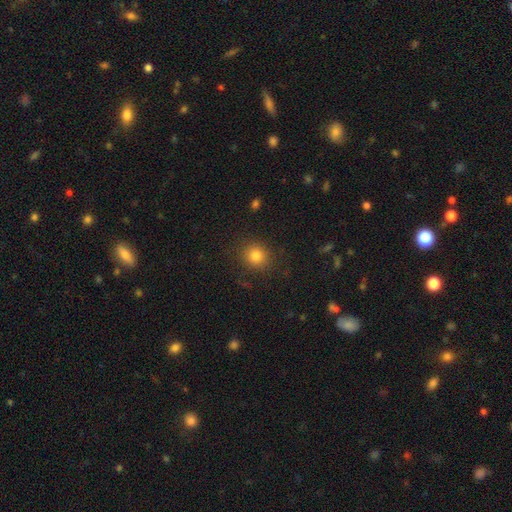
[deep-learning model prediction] smooth_or_featured: smooth (p=0.82) [alt: star or artifact p=0.12]
how_rounded: round (p=0.84) [alt: in between p=0.15]
merging: none (p=0.87) [alt: minor disturbance p=0.08]